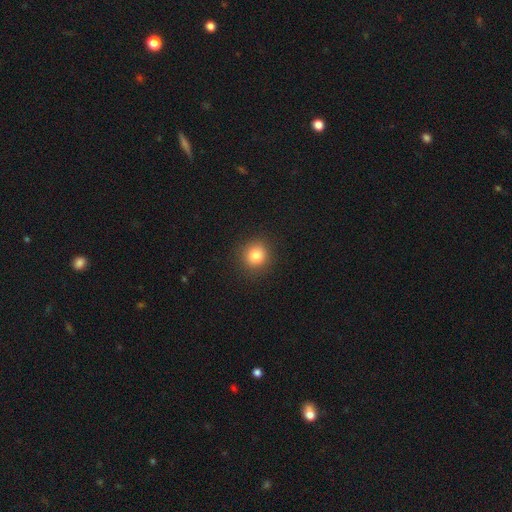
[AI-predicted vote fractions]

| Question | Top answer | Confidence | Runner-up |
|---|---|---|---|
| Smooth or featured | smooth | 83% | star or artifact (12%) |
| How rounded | round | 90% | in between (9%) |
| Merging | none | 91% | minor disturbance (6%) |